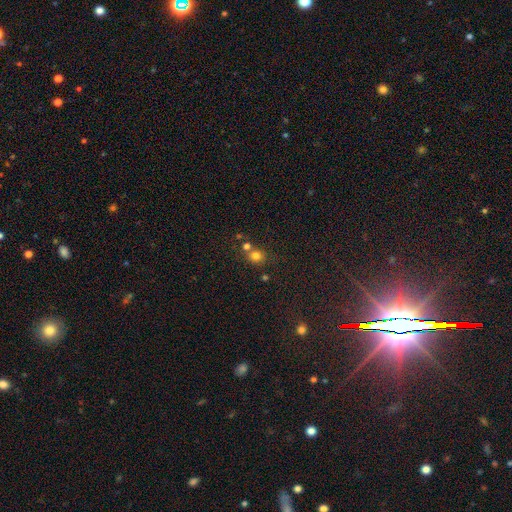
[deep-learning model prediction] Overall: smooth (77%). How rounded: round (81%). Merging: none (59%; merger 28%).